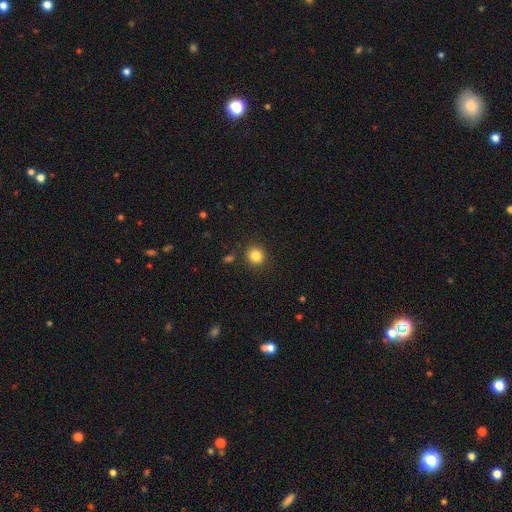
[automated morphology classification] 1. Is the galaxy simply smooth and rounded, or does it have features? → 84% smooth, 11% star or artifact, 5% featured or disk.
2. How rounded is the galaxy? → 91% round, 9% in between, 1% cigar-shaped.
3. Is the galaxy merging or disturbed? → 89% none, 6% minor disturbance, 2% major disturbance, 2% merger.